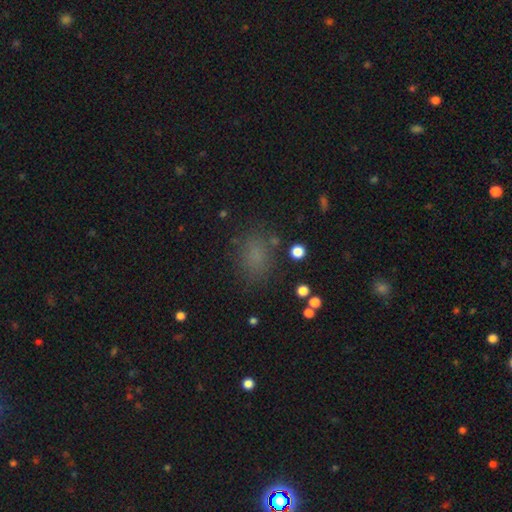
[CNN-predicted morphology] Smooth or featured?
  - smooth: 73% *
  - star or artifact: 20%
  - featured or disk: 7%
How rounded?
  - in between: 63% *
  - round: 36%
  - cigar-shaped: 2%
Merging?
  - none: 78% *
  - minor disturbance: 14%
  - major disturbance: 6%
  - merger: 3%